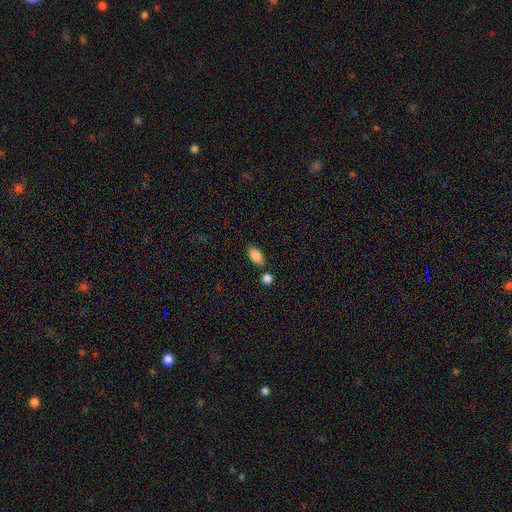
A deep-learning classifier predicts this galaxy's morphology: Smooth or featured? Predicted: smooth (p=0.83). How rounded? Predicted: in between (p=0.89). Merging? Predicted: none (p=0.73).